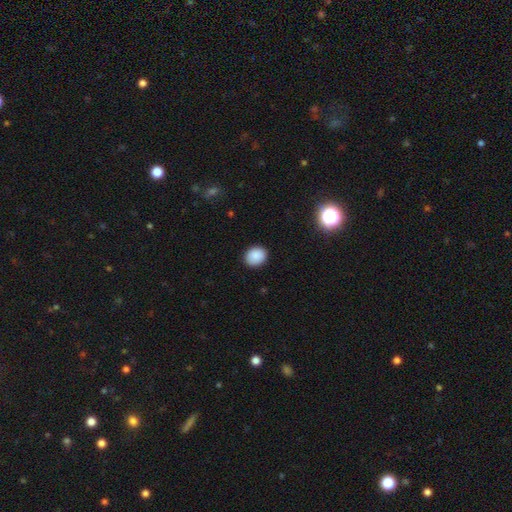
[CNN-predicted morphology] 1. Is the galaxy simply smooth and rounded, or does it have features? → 88% smooth, 8% star or artifact, 4% featured or disk.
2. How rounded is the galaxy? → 55% round, 44% in between, 1% cigar-shaped.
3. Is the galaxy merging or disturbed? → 89% none, 8% minor disturbance, 2% major disturbance, 1% merger.